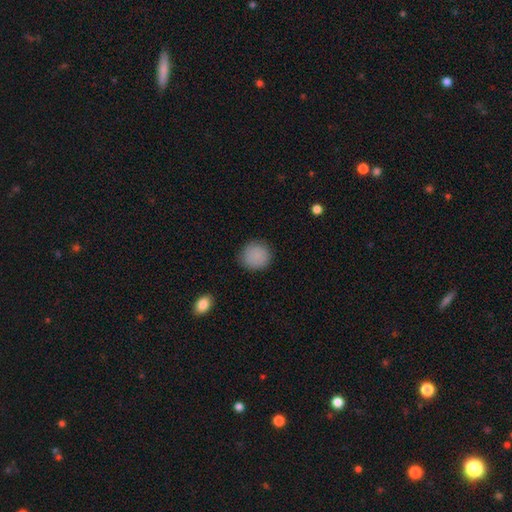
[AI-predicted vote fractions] Q: Smooth or featured?
A: smooth (87%); runner-up: star or artifact (8%)
Q: How rounded?
A: round (92%); runner-up: in between (7%)
Q: Merging?
A: none (88%); runner-up: minor disturbance (9%)